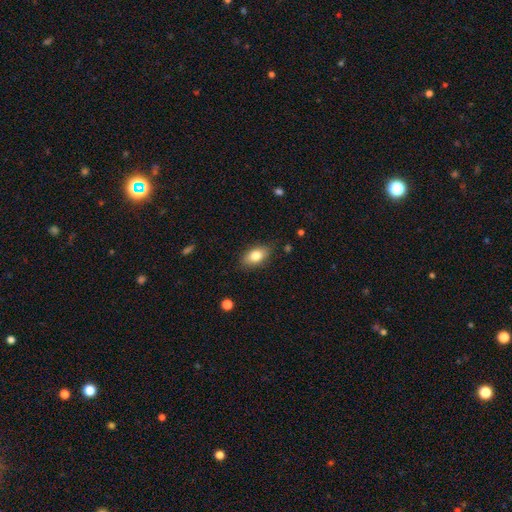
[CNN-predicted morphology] smooth-or-featured: smooth: 80% | featured or disk: 13% | star or artifact: 7%
  how-rounded: in between: 89% | round: 7% | cigar-shaped: 5%
  merging: none: 83% | minor disturbance: 13% | major disturbance: 3% | merger: 1%